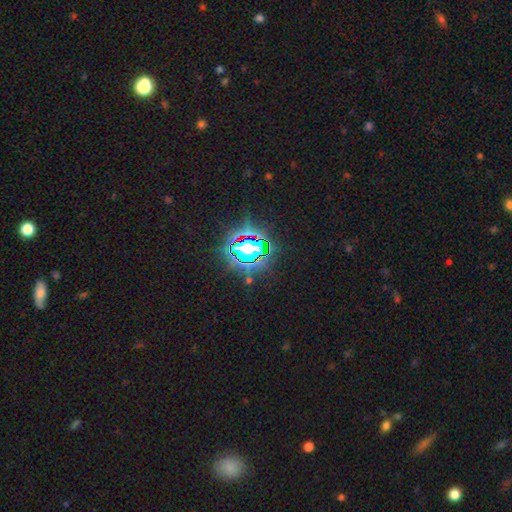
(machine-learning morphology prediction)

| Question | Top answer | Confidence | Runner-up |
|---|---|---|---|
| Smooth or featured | star or artifact | 82% | smooth (11%) |